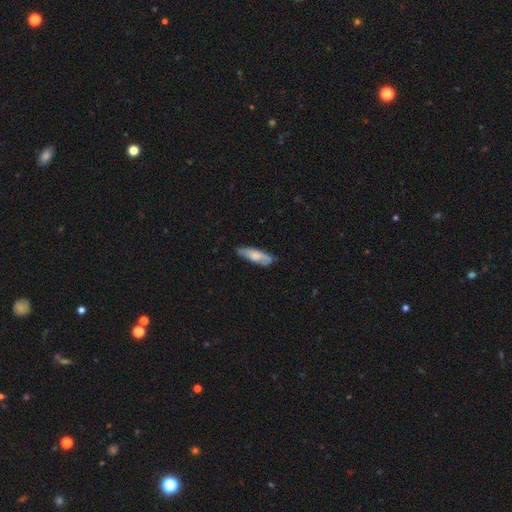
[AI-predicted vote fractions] This appears to be a smooth galaxy with no disk features (62%) that is cigar-shaped (51%). Merging: none (72%).